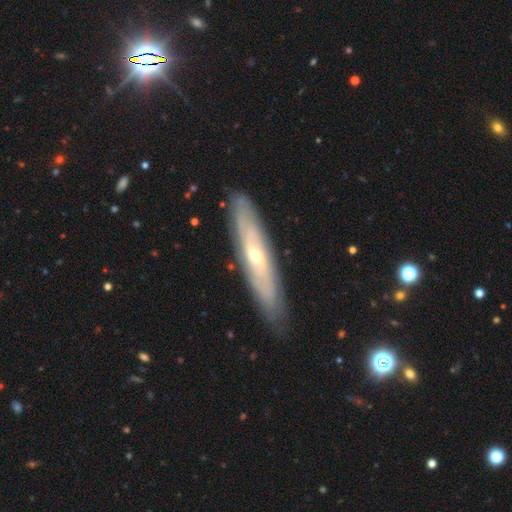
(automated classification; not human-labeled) featured or disk 70%, smooth 23%, star or artifact 7%. Down the decision tree: edge-on disk — yes (54%); merging — none (85%).